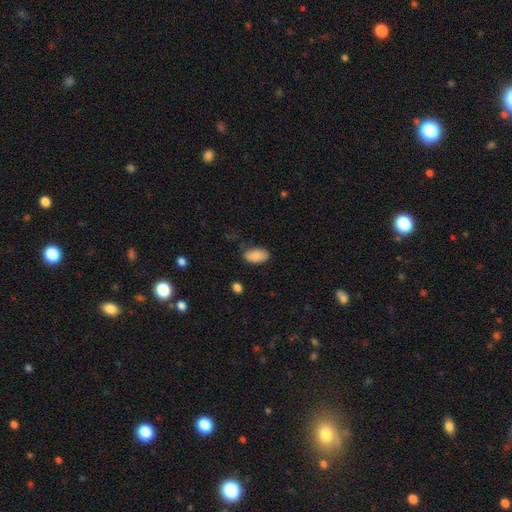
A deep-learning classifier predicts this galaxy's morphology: This appears to be a smooth galaxy with no disk features (85%) that is in between round and cigar-shaped (94%). Merging: none (74%).